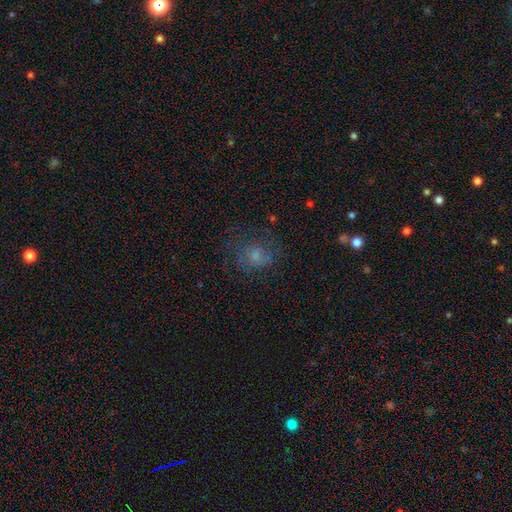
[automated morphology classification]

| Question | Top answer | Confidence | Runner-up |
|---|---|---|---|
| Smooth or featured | smooth | 50% | featured or disk (29%) |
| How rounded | round | 67% | in between (32%) |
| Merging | none | 60% | minor disturbance (19%) |